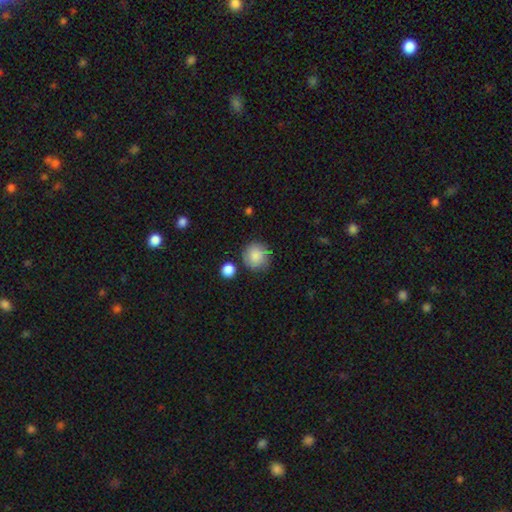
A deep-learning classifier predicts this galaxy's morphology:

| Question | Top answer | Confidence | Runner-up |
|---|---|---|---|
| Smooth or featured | smooth | 84% | featured or disk (8%) |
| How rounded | round | 91% | in between (8%) |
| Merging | none | 77% | minor disturbance (14%) |